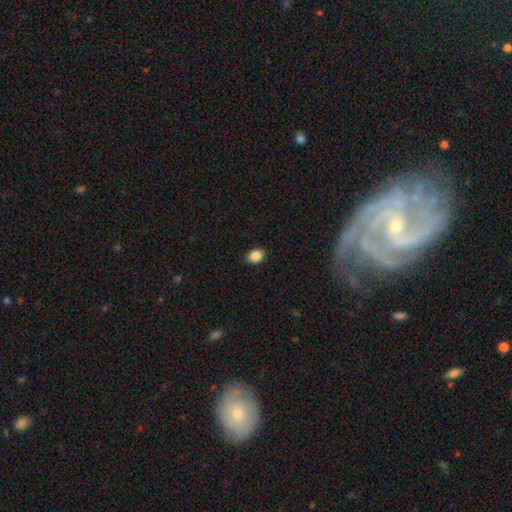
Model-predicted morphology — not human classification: Smooth or featured: smooth — 88% (star or artifact — 9%)
How rounded: in between — 73% (round — 26%)
Merging: none — 90% (minor disturbance — 8%)